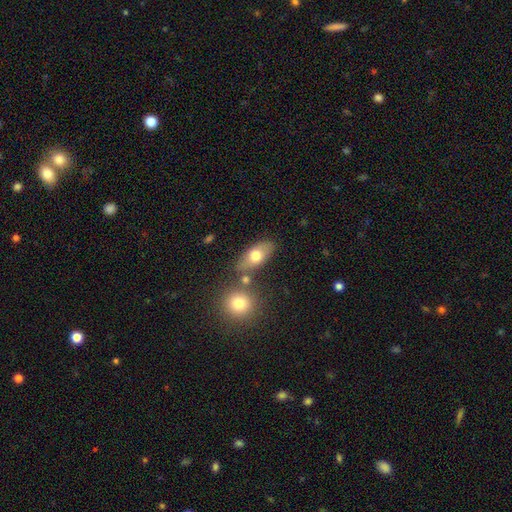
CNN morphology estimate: This appears to be a smooth galaxy with no disk features (71%) that is in between round and cigar-shaped (81%). Merging: none (69%).